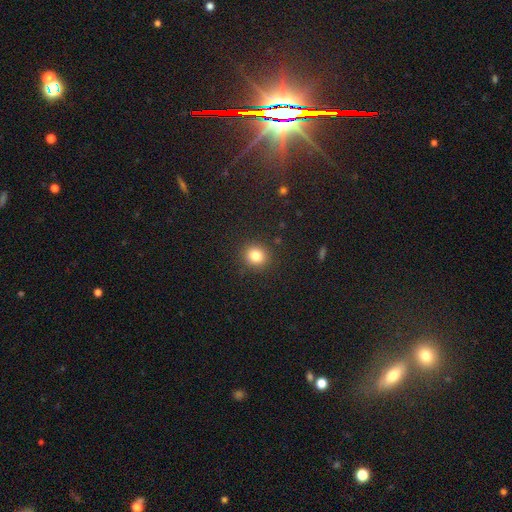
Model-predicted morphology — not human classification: type=smooth (82%); roundness=round (84%); merging=none (90%).